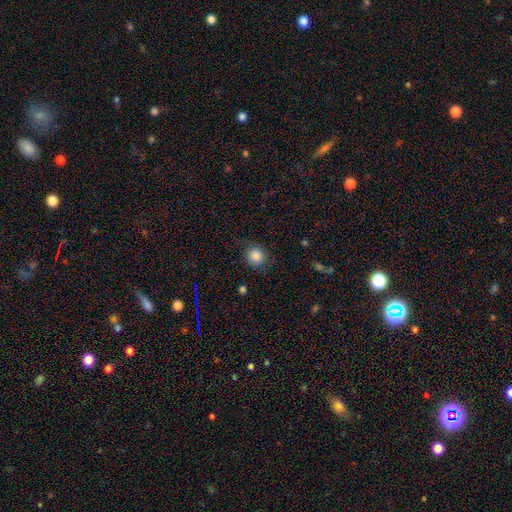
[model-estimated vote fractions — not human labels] Smooth or featured? smooth (85%)
How rounded? round (86%)
Merging? none (75%)